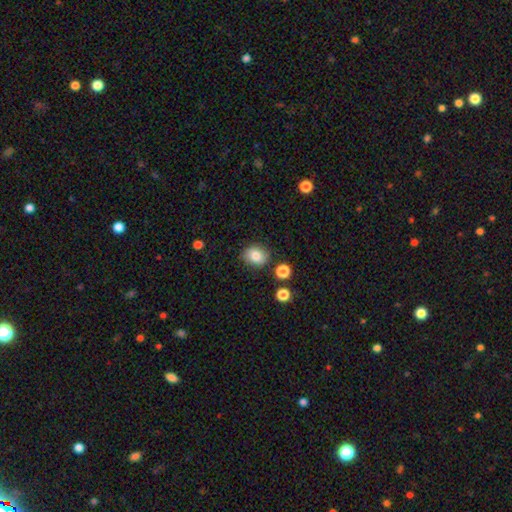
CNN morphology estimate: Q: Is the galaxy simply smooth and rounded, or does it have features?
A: smooth — 81%.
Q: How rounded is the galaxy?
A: round — 61%.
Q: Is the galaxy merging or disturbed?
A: none — 80%.